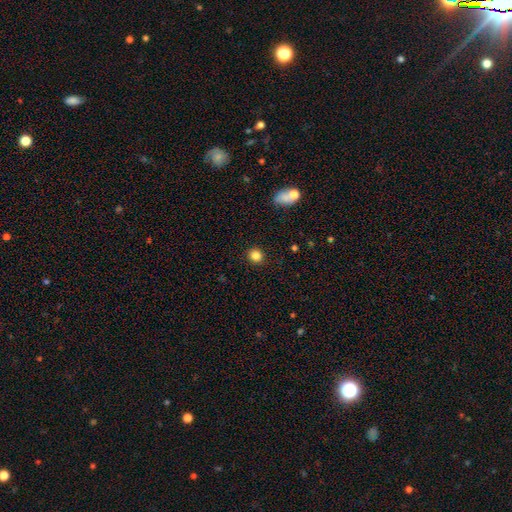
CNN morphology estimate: smooth 84%, star or artifact 11%, featured or disk 5%. Down the decision tree: how rounded — round (84%); merging — none (90%).